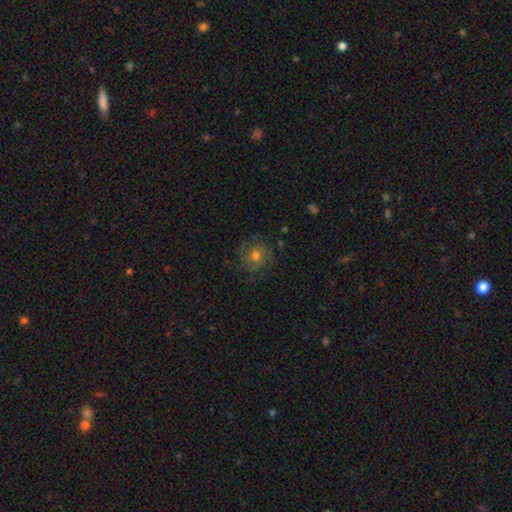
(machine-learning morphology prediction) smooth_or_featured: featured or disk (p=0.51) [alt: smooth p=0.37]
disk_edge_on: no (p=0.97) [alt: yes p=0.03]
merging: none (p=0.76) [alt: minor disturbance p=0.15]